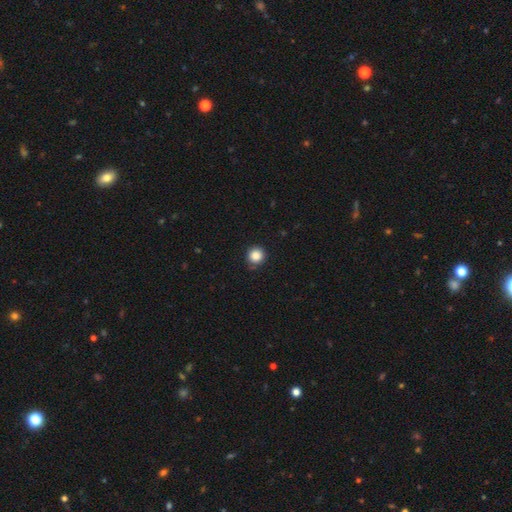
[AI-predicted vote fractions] smooth_or_featured: smooth (p=0.86) [alt: star or artifact p=0.11]
how_rounded: round (p=0.93) [alt: in between p=0.06]
merging: none (p=0.85) [alt: minor disturbance p=0.12]